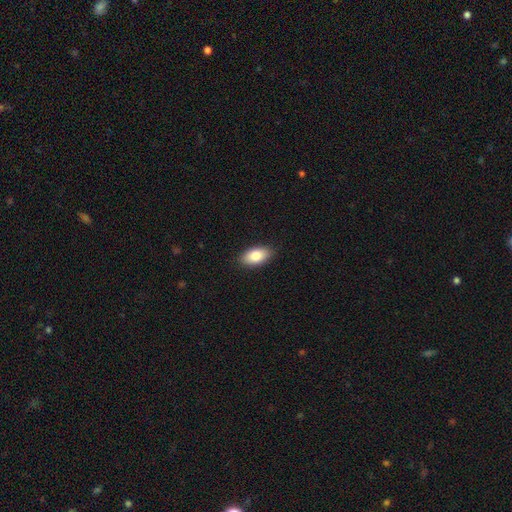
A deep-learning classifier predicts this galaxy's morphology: A smooth galaxy with no disk features (84%) that is in between round and cigar-shaped (93%). Merging: none (89%).